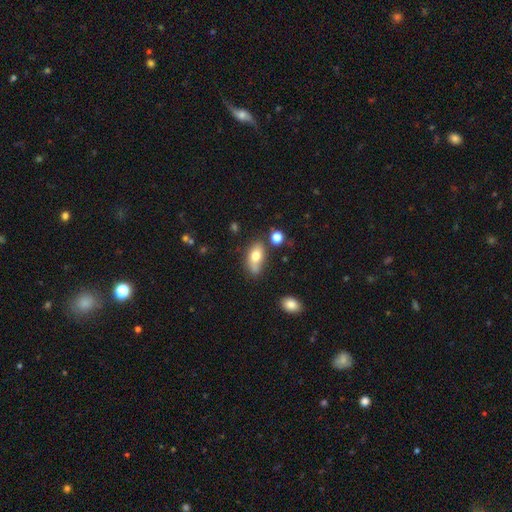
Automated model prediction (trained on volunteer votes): smooth 73%, featured or disk 18%, star or artifact 9%. Down the decision tree: how rounded — in between (85%); merging — none (52%).